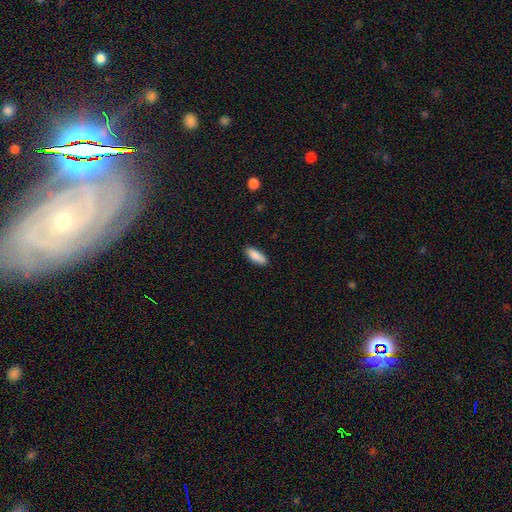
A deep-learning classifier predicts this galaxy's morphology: This is clearly a smooth galaxy (88%). How rounded: likely in between (71%). Merging: clearly none (88%).